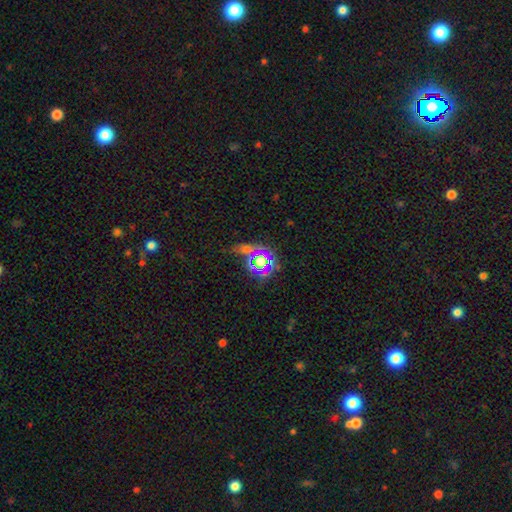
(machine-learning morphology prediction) This is likely a star or artifact rather than a galaxy (61%).